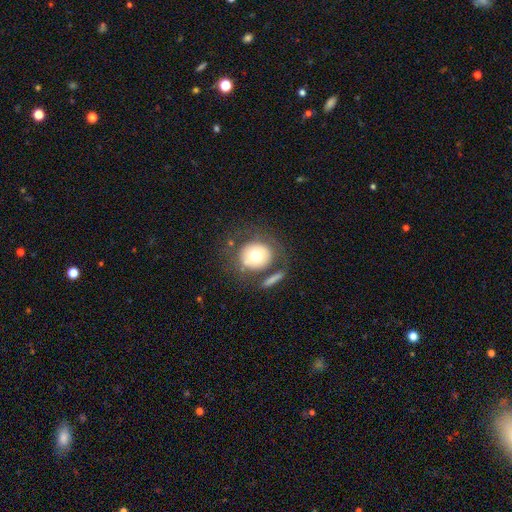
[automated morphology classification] A smooth galaxy with no disk features (67%) that is round (86%).

Vote fractions:
- Smooth or featured? smooth: 67% / featured or disk: 23% / star or artifact: 9%
- How rounded? round: 86% / in between: 13% / cigar-shaped: 1%
- Merging? none: 62% / minor disturbance: 15% / merger: 12% / major disturbance: 11%